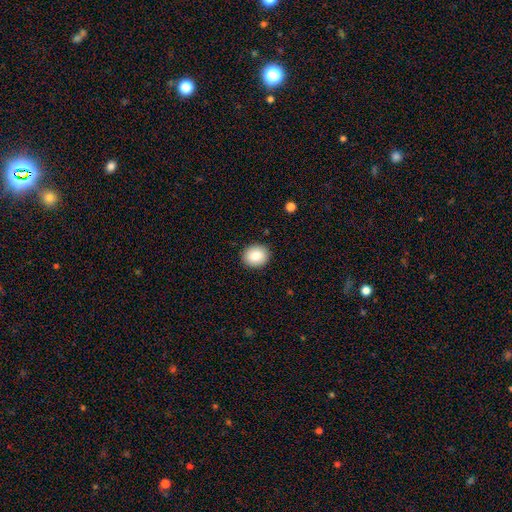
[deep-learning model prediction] A smooth galaxy with no disk features (87%) that is round (70%).

Vote fractions:
- Smooth or featured? smooth: 87% / star or artifact: 8% / featured or disk: 5%
- How rounded? round: 70% / in between: 29% / cigar-shaped: 1%
- Merging? none: 90% / minor disturbance: 7% / major disturbance: 2% / merger: 1%